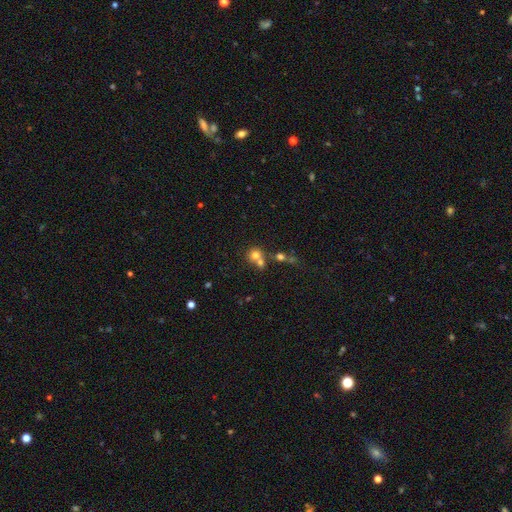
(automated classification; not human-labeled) This is likely a smooth galaxy (69%). How rounded: clearly round (83%). Merging: possibly merger (49%).